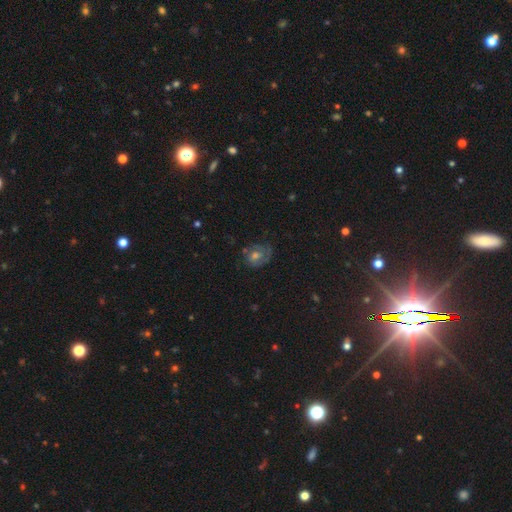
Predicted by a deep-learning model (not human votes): Q: Smooth or featured?
A: featured or disk (49%); runner-up: smooth (32%)
Q: Merging?
A: none (65%); runner-up: minor disturbance (21%)